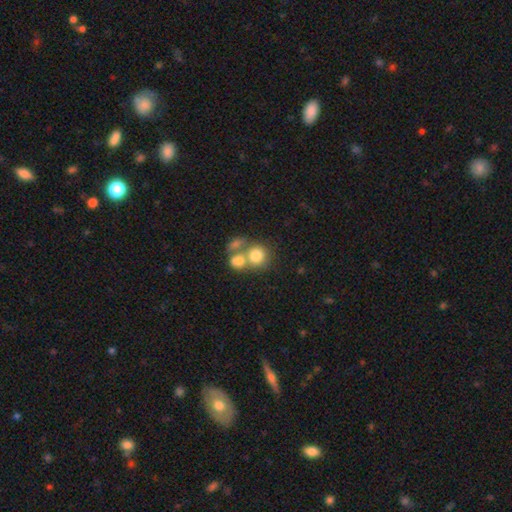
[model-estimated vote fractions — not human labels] smooth-or-featured: smooth: 74% | featured or disk: 16% | star or artifact: 10%
  how-rounded: round: 77% | in between: 22% | cigar-shaped: 1%
  merging: merger: 50% | none: 35% | minor disturbance: 8% | major disturbance: 6%